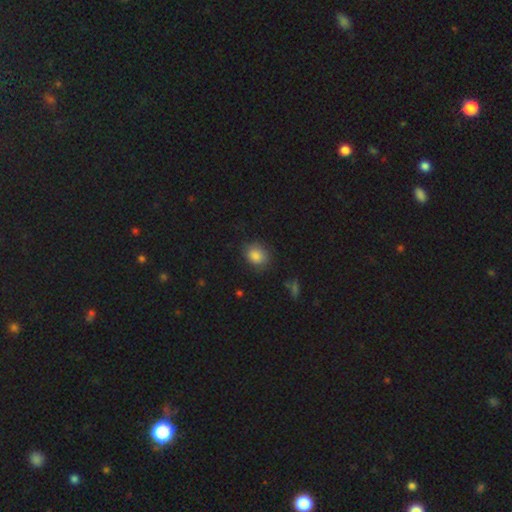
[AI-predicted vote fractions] Smooth or featured?
  - smooth: 84% *
  - star or artifact: 10%
  - featured or disk: 6%
How rounded?
  - round: 59% *
  - in between: 40%
  - cigar-shaped: 1%
Merging?
  - none: 78% *
  - minor disturbance: 16%
  - major disturbance: 4%
  - merger: 2%